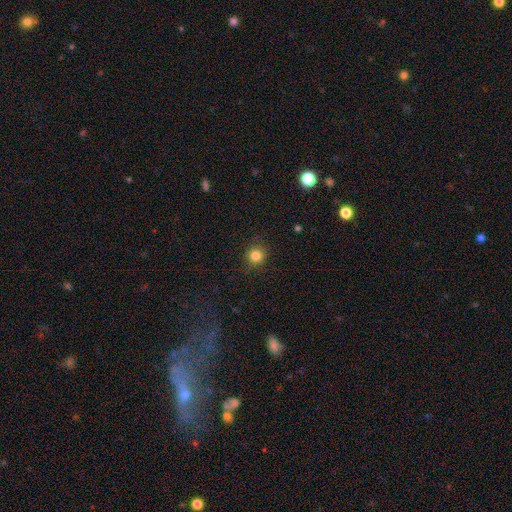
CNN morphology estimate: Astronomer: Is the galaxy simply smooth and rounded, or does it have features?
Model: smooth — 83%.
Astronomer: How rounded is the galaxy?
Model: round — 91%.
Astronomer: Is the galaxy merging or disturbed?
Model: none — 87%.